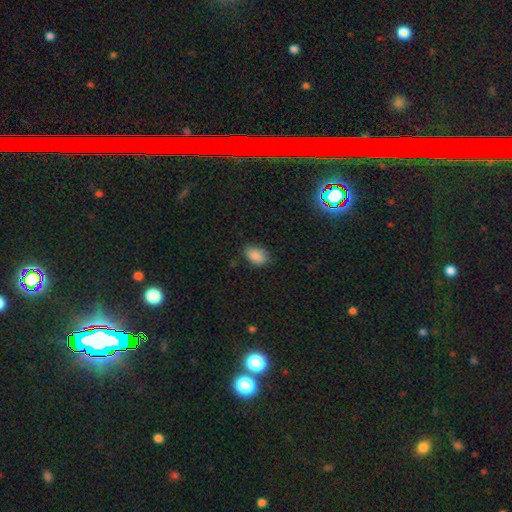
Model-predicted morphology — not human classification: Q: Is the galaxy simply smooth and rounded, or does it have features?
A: smooth — 86%.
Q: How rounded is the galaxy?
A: in between — 89%.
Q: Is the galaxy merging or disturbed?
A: none — 74%.